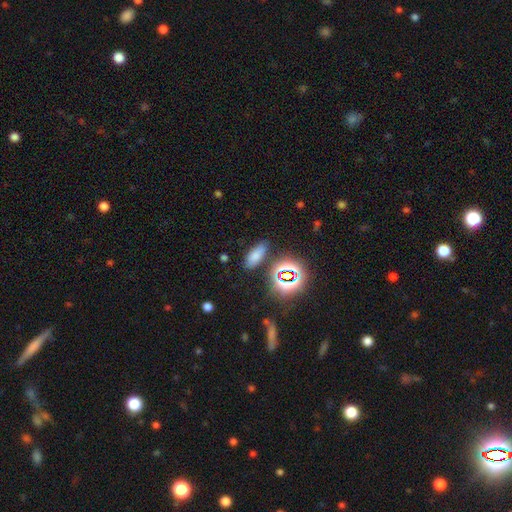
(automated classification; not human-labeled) A smooth galaxy with no disk features (69%) that is in between round and cigar-shaped (76%). Merging: none (79%).